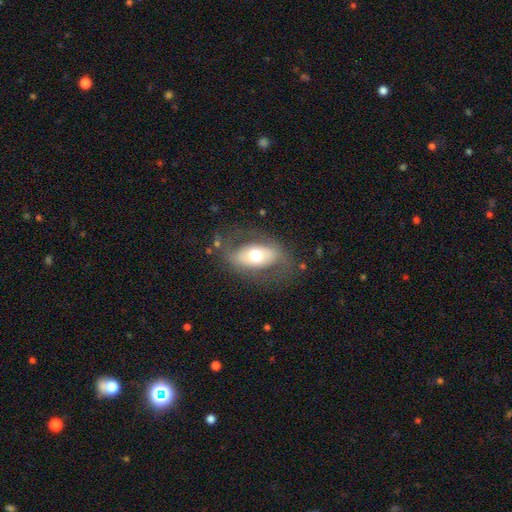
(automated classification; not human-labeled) Smooth or featured?
  - featured or disk: 54% *
  - smooth: 39%
  - star or artifact: 7%
Edge-on disk?
  - no: 90% *
  - yes: 10%
Merging?
  - none: 69% *
  - minor disturbance: 17%
  - major disturbance: 13%
  - merger: 2%